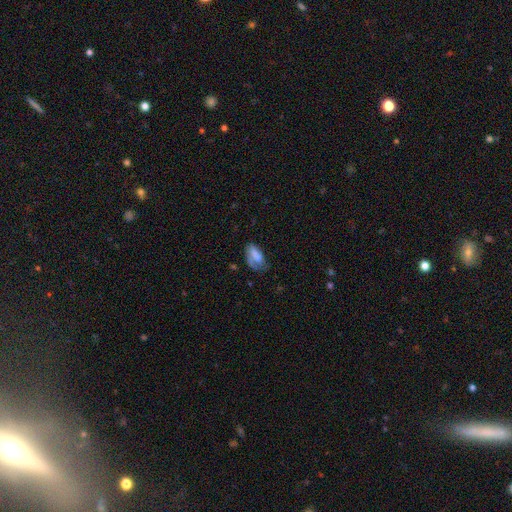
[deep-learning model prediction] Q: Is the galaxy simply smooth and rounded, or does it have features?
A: smooth — 61%.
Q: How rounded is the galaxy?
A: in between — 81%.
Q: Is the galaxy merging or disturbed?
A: none — 35%.